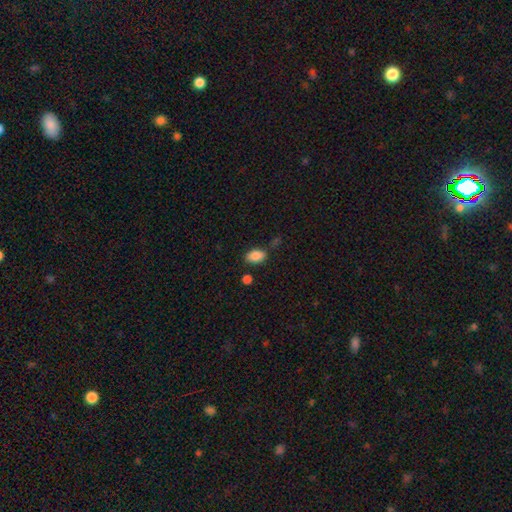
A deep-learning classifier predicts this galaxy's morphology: Q: Smooth or featured?
A: smooth (87%); runner-up: star or artifact (8%)
Q: How rounded?
A: in between (90%); runner-up: round (9%)
Q: Merging?
A: none (76%); runner-up: minor disturbance (14%)